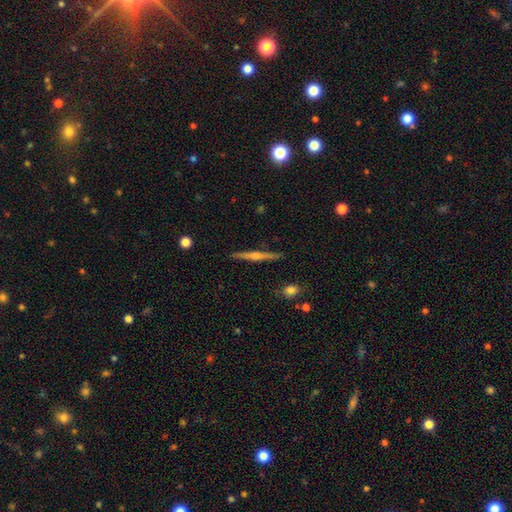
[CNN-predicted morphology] Q: Smooth or featured?
A: featured or disk (77%); runner-up: smooth (16%)
Q: Edge-on disk?
A: yes (98%); runner-up: no (2%)
Q: Edge-on bulge?
A: rounded (83%); runner-up: none (10%)
Q: Merging?
A: none (91%); runner-up: minor disturbance (6%)